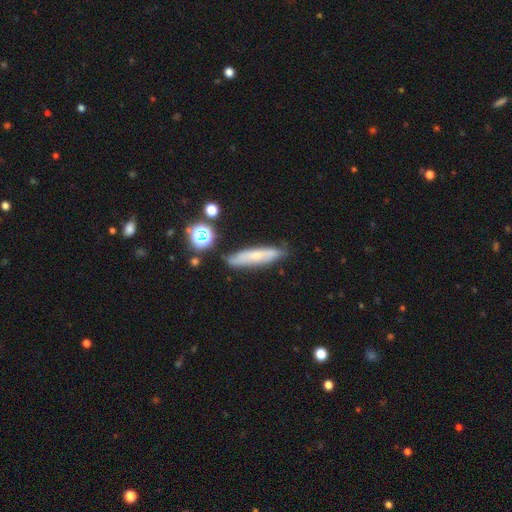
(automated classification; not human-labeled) smooth 49%, featured or disk 41%, star or artifact 10%. Down the decision tree: merging — none (74%).